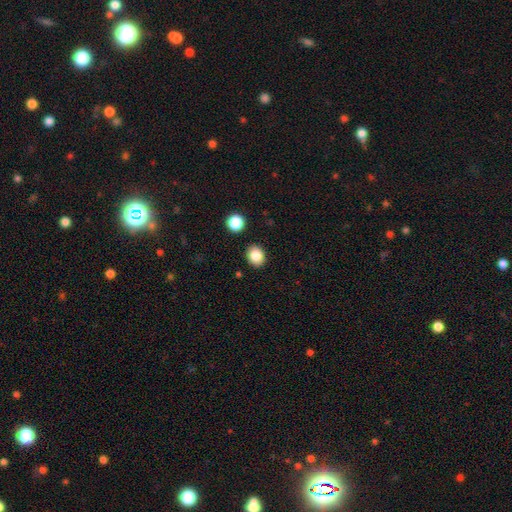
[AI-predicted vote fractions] The model was most divided on "how rounded": round: 65%, in between: 35%, cigar-shaped: 1%. More confident: merging — none (88%); smooth or featured — smooth (86%).